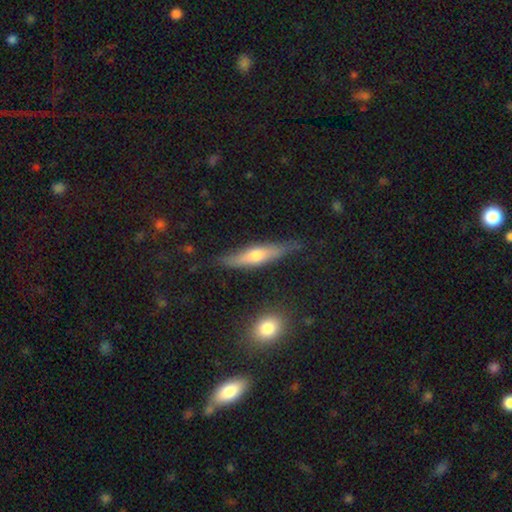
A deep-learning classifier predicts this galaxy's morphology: smooth-or-featured: featured or disk: 51% | smooth: 42% | star or artifact: 6%
  disk-edge-on: yes: 88% | no: 12%
  merging: none: 76% | minor disturbance: 18% | major disturbance: 4% | merger: 2%